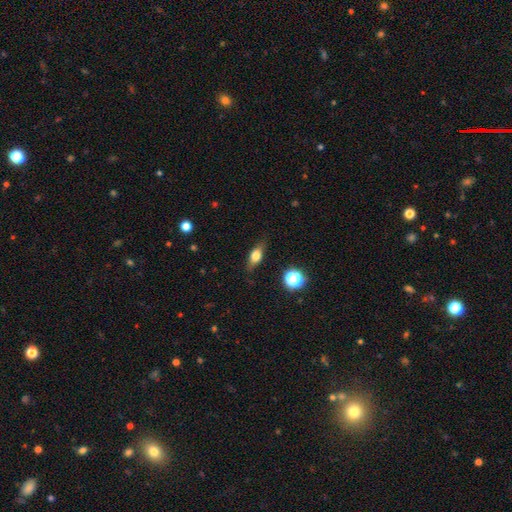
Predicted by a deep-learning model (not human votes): smooth-or-featured: smooth: 64% | featured or disk: 27% | star or artifact: 10%
  how-rounded: in between: 67% | cigar-shaped: 20% | round: 13%
  merging: none: 78% | minor disturbance: 16% | major disturbance: 4% | merger: 1%